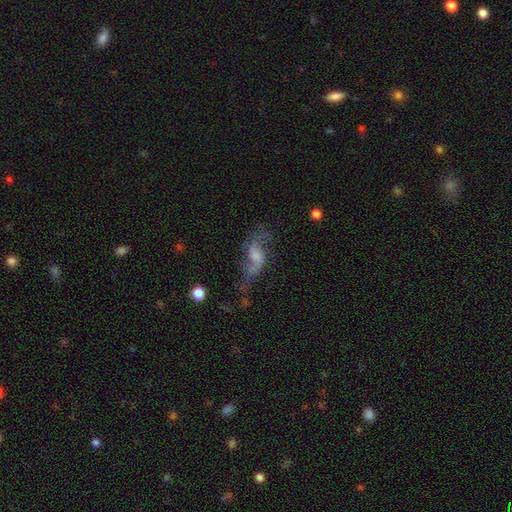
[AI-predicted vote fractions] This is likely a featured or disk galaxy (70%). It is clearly not viewed edge-on (93%). Bar: possibly no (49%). Spiral arm pattern: clearly yes (84%). Spiral arm count: clearly 2 (81%). Spiral winding: likely loose (72%). Central bulge: marginally small (33%). Merging: marginally none (42%).